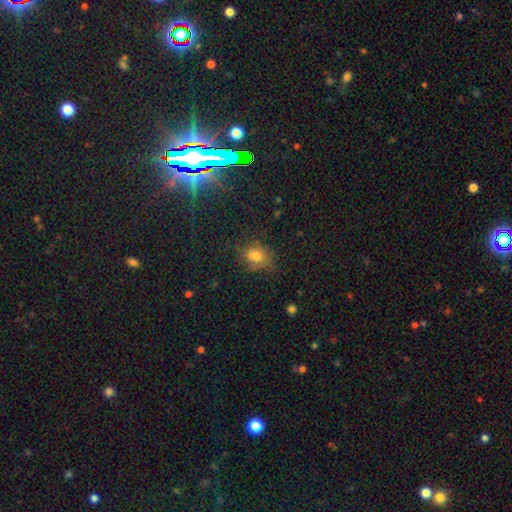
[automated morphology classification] Smooth or featured: smooth — 71% (star or artifact — 18%)
How rounded: in between — 53% (round — 45%)
Merging: none — 62% (minor disturbance — 22%)